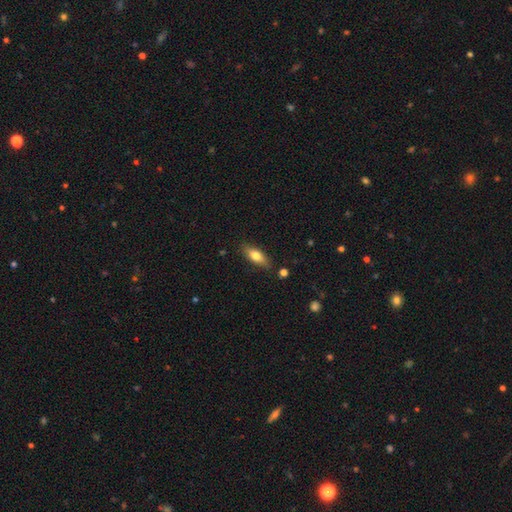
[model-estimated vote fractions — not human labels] Smooth or featured? Predicted: smooth (p=0.73). How rounded? Predicted: in between (p=0.68). Merging? Predicted: none (p=0.82).